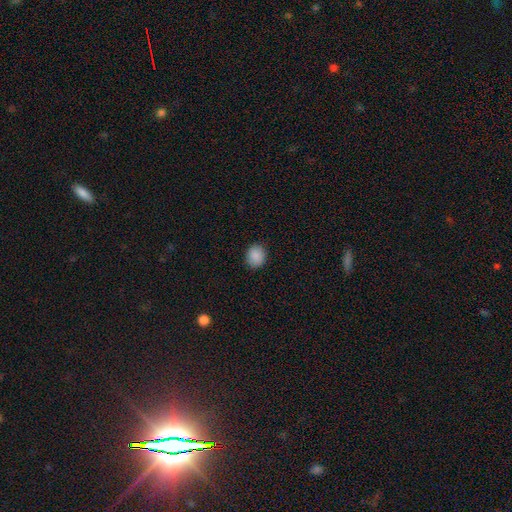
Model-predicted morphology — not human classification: A smooth galaxy with no disk features (89%) that is round (60%).

Vote fractions:
- Smooth or featured? smooth: 89% / star or artifact: 8% / featured or disk: 3%
- How rounded? round: 60% / in between: 39% / cigar-shaped: 1%
- Merging? none: 89% / minor disturbance: 8% / major disturbance: 2% / merger: 1%